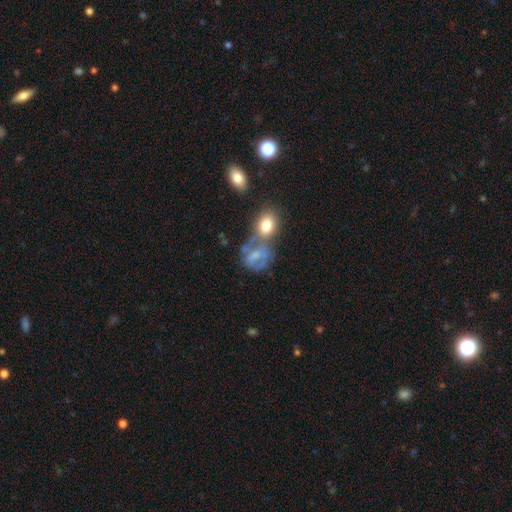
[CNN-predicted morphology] A smooth galaxy with no disk features (45%). Merging: merger (40%).